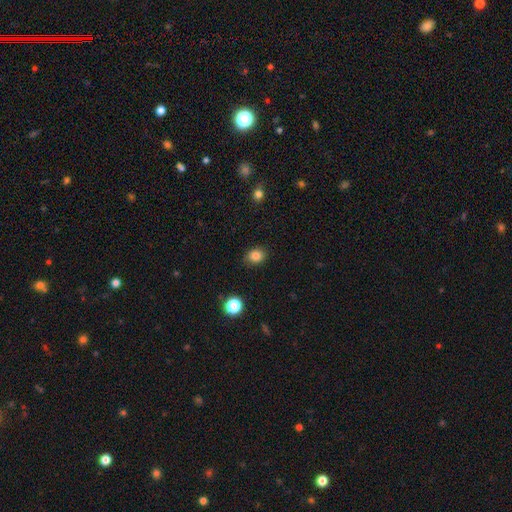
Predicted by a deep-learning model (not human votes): Smooth or featured?
  - smooth: 83% *
  - star or artifact: 12%
  - featured or disk: 5%
How rounded?
  - round: 57% *
  - in between: 42%
  - cigar-shaped: 1%
Merging?
  - none: 85% *
  - minor disturbance: 11%
  - major disturbance: 3%
  - merger: 1%